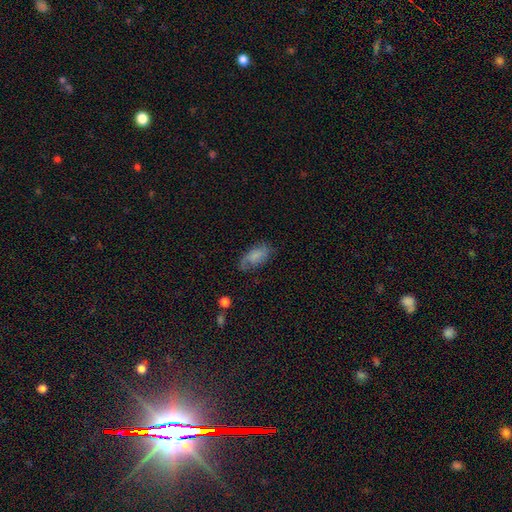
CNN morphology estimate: Smooth or featured? smooth (60%)
How rounded? in between (90%)
Merging? none (59%)